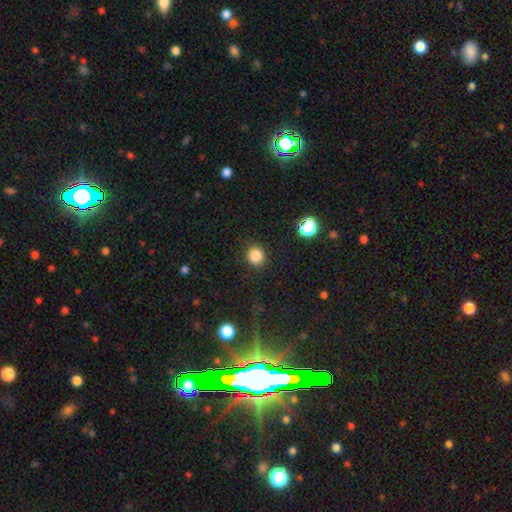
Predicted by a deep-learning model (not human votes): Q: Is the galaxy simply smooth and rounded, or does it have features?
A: smooth — 85%.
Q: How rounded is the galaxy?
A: round — 89%.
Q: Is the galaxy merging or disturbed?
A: none — 90%.